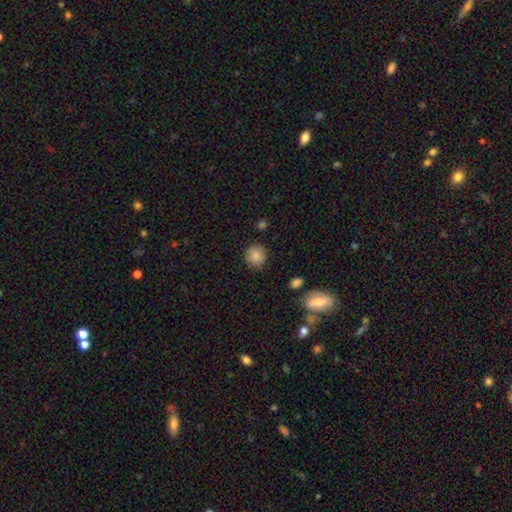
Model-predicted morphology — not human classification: Smooth or featured?
  - smooth: 86% *
  - star or artifact: 9%
  - featured or disk: 5%
How rounded?
  - round: 88% *
  - in between: 11%
  - cigar-shaped: 1%
Merging?
  - none: 87% *
  - minor disturbance: 9%
  - major disturbance: 2%
  - merger: 2%